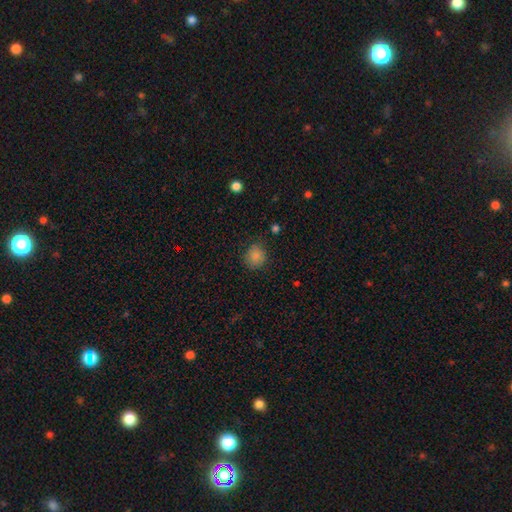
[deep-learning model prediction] A smooth galaxy with no disk features (85%) that is round (79%).

Vote fractions:
- Smooth or featured? smooth: 85% / star or artifact: 10% / featured or disk: 4%
- How rounded? round: 79% / in between: 21% / cigar-shaped: 1%
- Merging? none: 80% / minor disturbance: 15% / major disturbance: 4% / merger: 1%